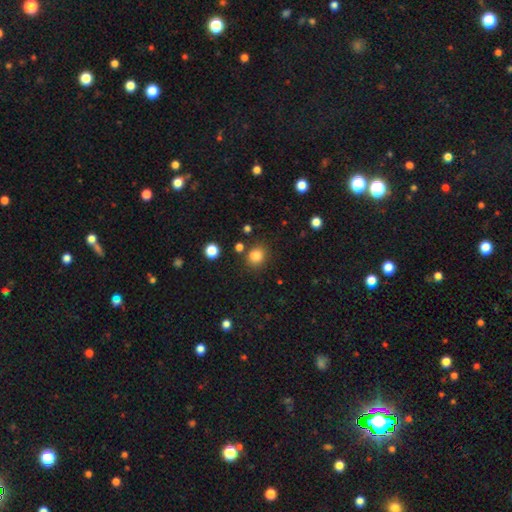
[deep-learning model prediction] A smooth galaxy with no disk features (83%) that is round (75%).

Vote fractions:
- Smooth or featured? smooth: 83% / star or artifact: 13% / featured or disk: 4%
- How rounded? round: 75% / in between: 24% / cigar-shaped: 1%
- Merging? none: 80% / minor disturbance: 11% / merger: 6% / major disturbance: 4%